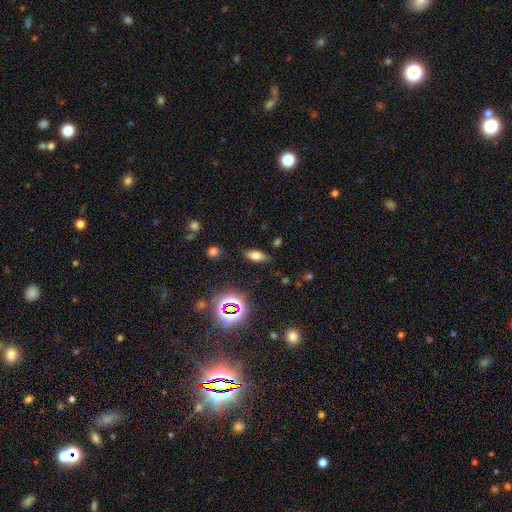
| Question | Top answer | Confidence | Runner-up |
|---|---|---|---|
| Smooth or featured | smooth | 65% | featured or disk (22%) |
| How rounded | in between | 85% | cigar-shaped (15%) |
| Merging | none | 94% | minor disturbance (6%) |